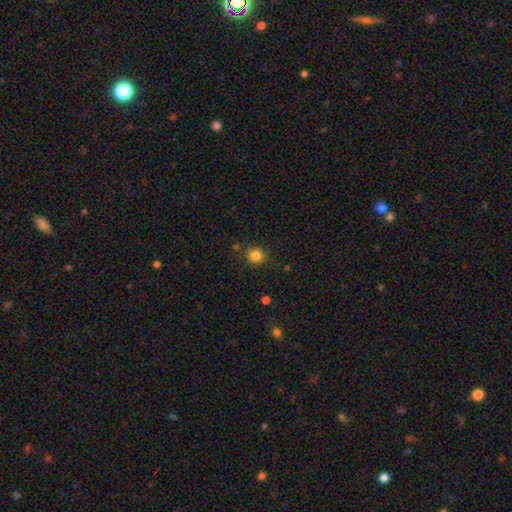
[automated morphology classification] A smooth galaxy with no disk features (83%) that is round (89%).

Vote fractions:
- Smooth or featured? smooth: 83% / star or artifact: 12% / featured or disk: 5%
- How rounded? round: 89% / in between: 10% / cigar-shaped: 1%
- Merging? none: 85% / minor disturbance: 9% / merger: 3% / major disturbance: 3%